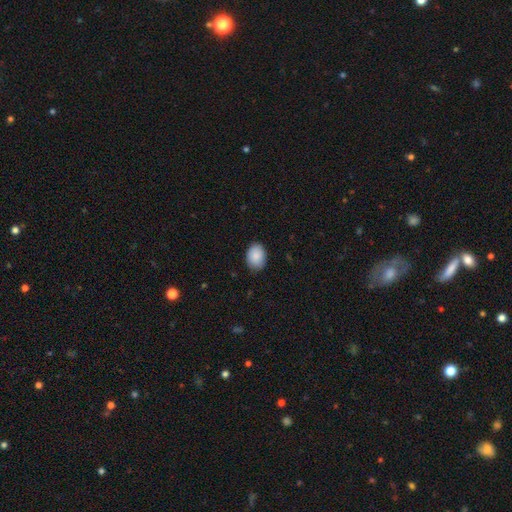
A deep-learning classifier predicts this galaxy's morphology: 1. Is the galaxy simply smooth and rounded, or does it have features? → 89% smooth, 7% star or artifact, 4% featured or disk.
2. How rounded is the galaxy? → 75% in between, 24% round, 1% cigar-shaped.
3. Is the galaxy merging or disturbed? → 85% none, 12% minor disturbance, 2% major disturbance, 1% merger.